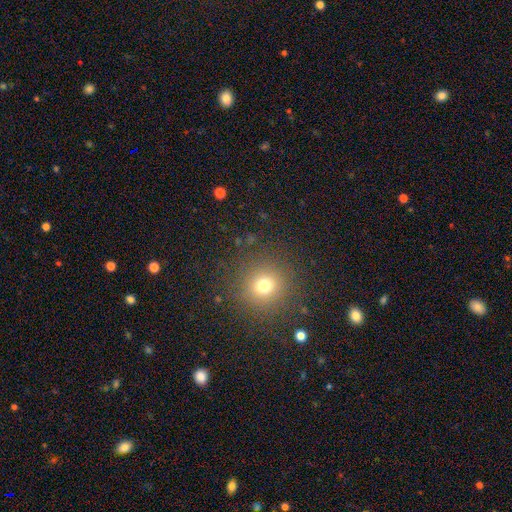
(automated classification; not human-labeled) A smooth galaxy with no disk features (56%) that is round (95%).

Vote fractions:
- Smooth or featured? smooth: 56% / star or artifact: 37% / featured or disk: 7%
- How rounded? round: 95% / in between: 4% / cigar-shaped: 1%
- Merging? none: 91% / minor disturbance: 5% / major disturbance: 2% / merger: 2%